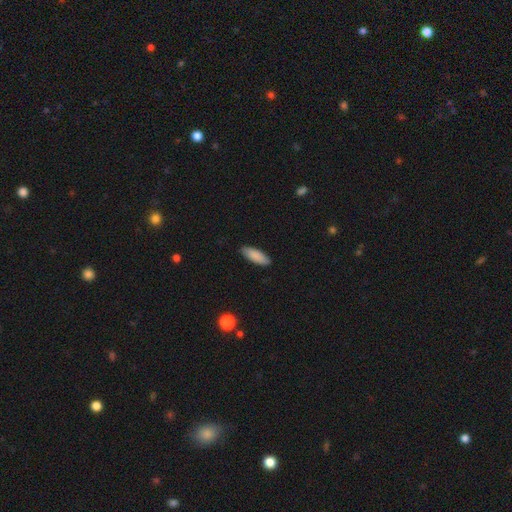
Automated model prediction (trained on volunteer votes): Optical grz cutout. It shows a smooth galaxy with no disk features (88%) that is in between round and cigar-shaped (63%). Merging: none (88%).